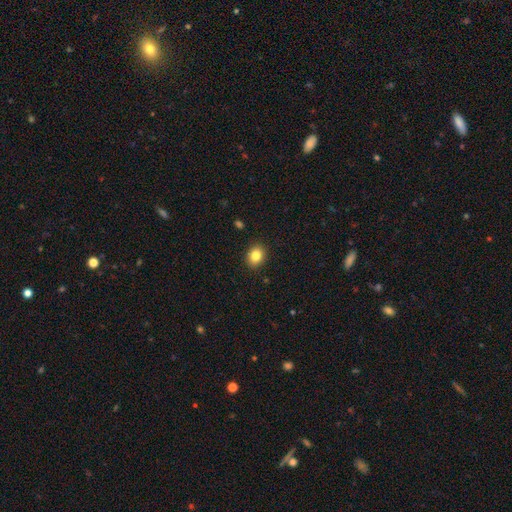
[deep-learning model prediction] Smooth or featured?
  - smooth: 84% *
  - star or artifact: 10%
  - featured or disk: 6%
How rounded?
  - round: 52% *
  - in between: 48%
  - cigar-shaped: 1%
Merging?
  - none: 91% *
  - minor disturbance: 7%
  - major disturbance: 2%
  - merger: 1%